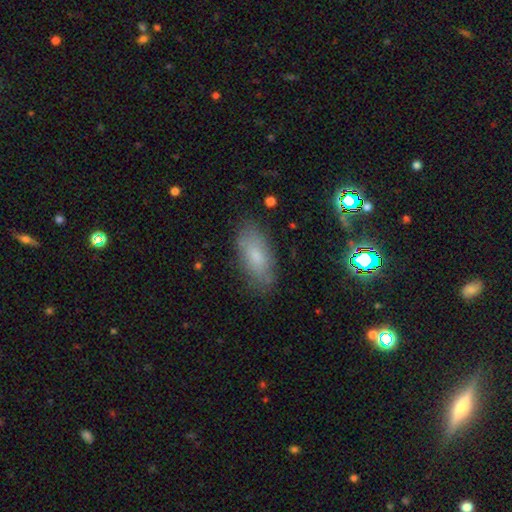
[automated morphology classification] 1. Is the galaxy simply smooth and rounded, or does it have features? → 71% smooth, 20% featured or disk, 9% star or artifact.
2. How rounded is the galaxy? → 87% in between, 10% cigar-shaped, 3% round.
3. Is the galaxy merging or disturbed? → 80% none, 15% minor disturbance, 4% major disturbance, 1% merger.